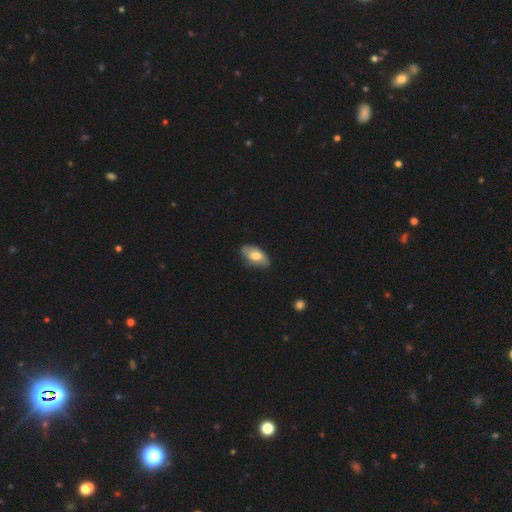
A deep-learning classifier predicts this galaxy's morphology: A smooth galaxy with no disk features (66%) that is in between round and cigar-shaped (92%).

Vote fractions:
- Smooth or featured? smooth: 66% / featured or disk: 27% / star or artifact: 6%
- How rounded? in between: 92% / round: 4% / cigar-shaped: 3%
- Merging? none: 65% / minor disturbance: 28% / major disturbance: 5% / merger: 1%